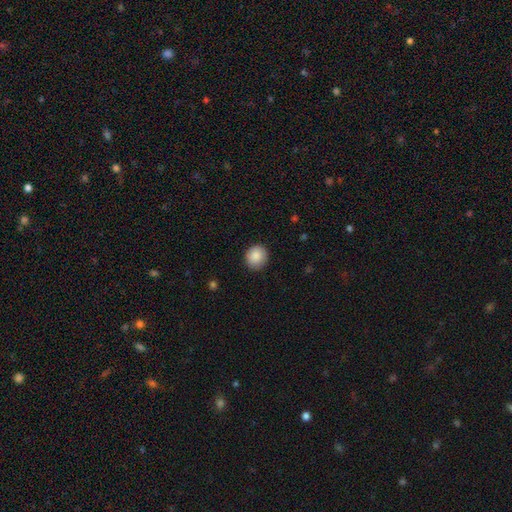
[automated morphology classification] Smooth or featured? Predicted: smooth (p=0.88). How rounded? Predicted: round (p=0.84). Merging? Predicted: none (p=0.88).